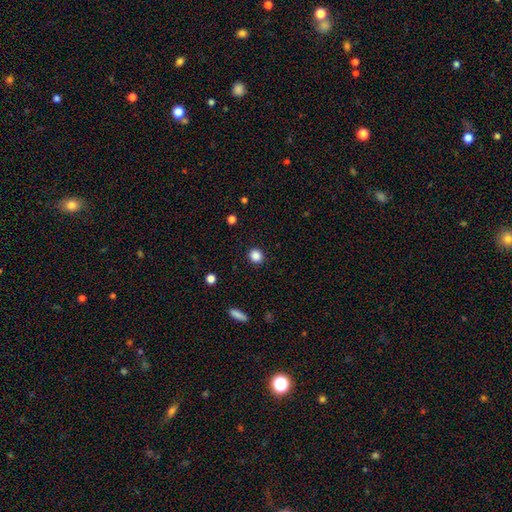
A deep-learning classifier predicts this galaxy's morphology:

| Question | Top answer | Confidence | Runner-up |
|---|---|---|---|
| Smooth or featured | smooth | 87% | star or artifact (10%) |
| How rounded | round | 86% | in between (13%) |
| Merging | none | 91% | minor disturbance (6%) |